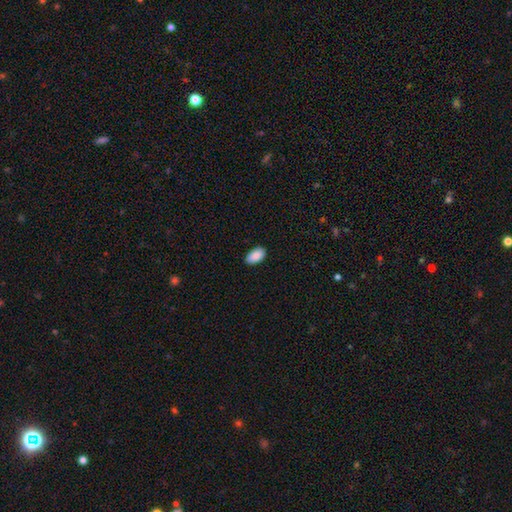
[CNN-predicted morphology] This appears to be a smooth galaxy with no disk features (90%) that is in between round and cigar-shaped (95%). Merging: none (86%).